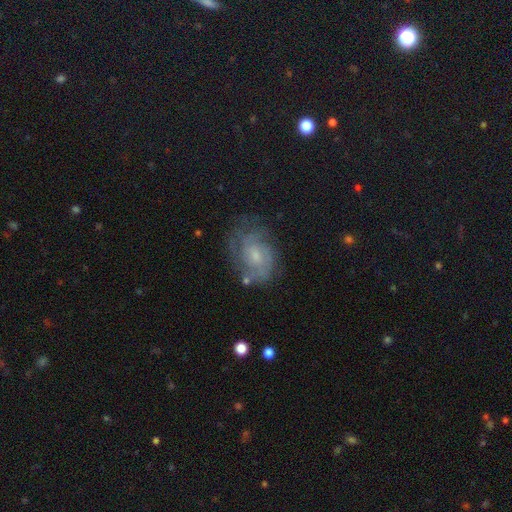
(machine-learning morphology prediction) A featured or disk galaxy (70%) with no bar (64%), tight (52%) spiral arms (85%) and a small central bulge (56%).

Vote fractions:
- Smooth or featured? featured or disk: 70% / smooth: 21% / star or artifact: 9%
- Edge-on disk? no: 97% / yes: 3%
- Bar? no: 64% / weak: 32% / strong: 4%
- Spiral arms? yes: 85% / no: 15%
- Spiral winding? tight: 52% / medium: 35% / loose: 12%
- Spiral arm count? can't tell: 45% / 2: 27% / 3: 14% / 4: 5% / 1: 5% / more than 4: 4%
- Bulge size? small: 56% / moderate: 33% / none: 7% / large: 2% / dominant: 1%
- Merging? none: 63% / minor disturbance: 22% / major disturbance: 12% / merger: 3%